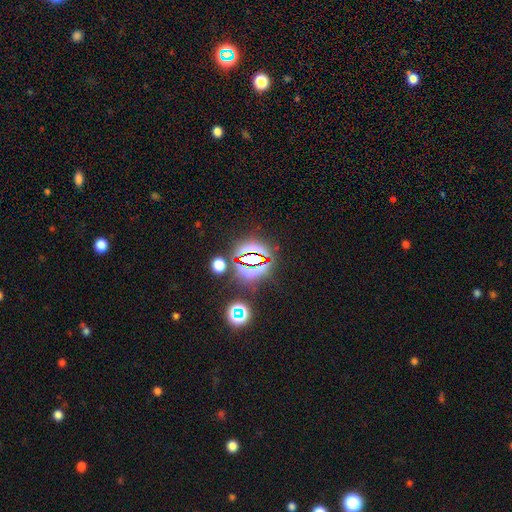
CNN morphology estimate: Smooth or featured?
  - star or artifact: 74% *
  - smooth: 18%
  - featured or disk: 9%